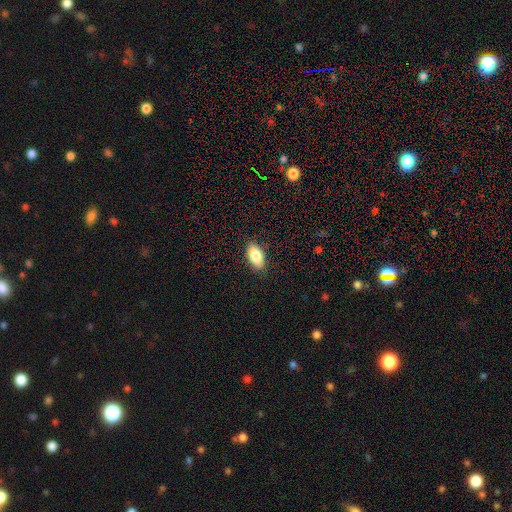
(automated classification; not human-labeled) Smooth or featured? smooth (84%)
How rounded? in between (92%)
Merging? none (87%)